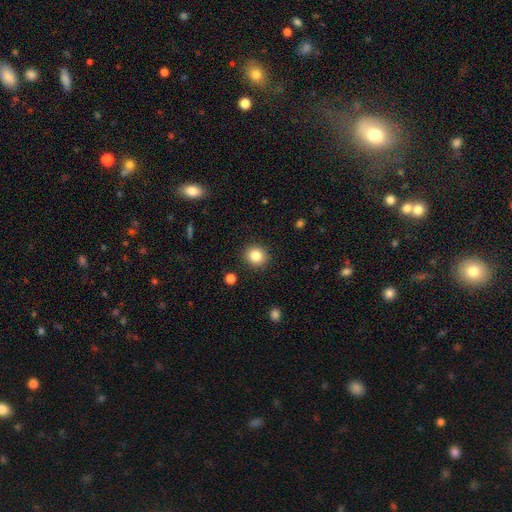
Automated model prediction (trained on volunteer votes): A smooth galaxy with no disk features (84%) that is round (86%).

Vote fractions:
- Smooth or featured? smooth: 84% / star or artifact: 10% / featured or disk: 7%
- How rounded? round: 86% / in between: 13% / cigar-shaped: 1%
- Merging? none: 91% / minor disturbance: 6% / major disturbance: 2% / merger: 1%